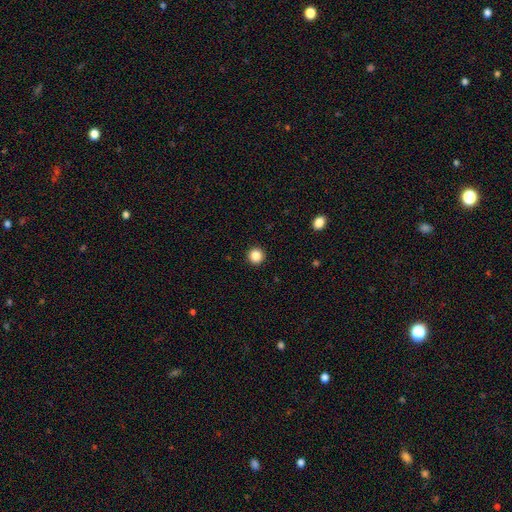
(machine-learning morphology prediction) A smooth galaxy with no disk features (86%) that is round (95%). Merging: none (93%).